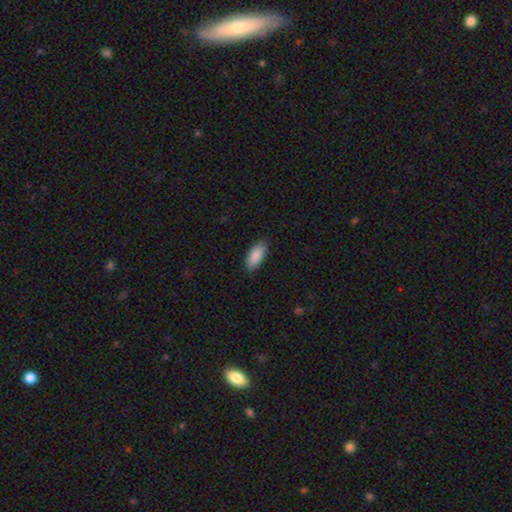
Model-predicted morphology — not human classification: A smooth galaxy with no disk features (90%) that is in between round and cigar-shaped (85%).

Vote fractions:
- Smooth or featured? smooth: 90% / star or artifact: 6% / featured or disk: 5%
- How rounded? in between: 85% / cigar-shaped: 13% / round: 2%
- Merging? none: 87% / minor disturbance: 10% / major disturbance: 2% / merger: 1%